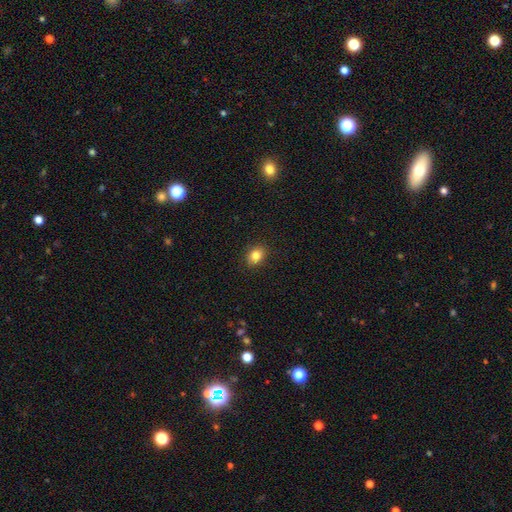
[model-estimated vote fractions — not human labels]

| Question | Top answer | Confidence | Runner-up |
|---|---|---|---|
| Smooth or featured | smooth | 82% | star or artifact (10%) |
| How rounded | in between | 54% | round (45%) |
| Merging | none | 89% | minor disturbance (8%) |